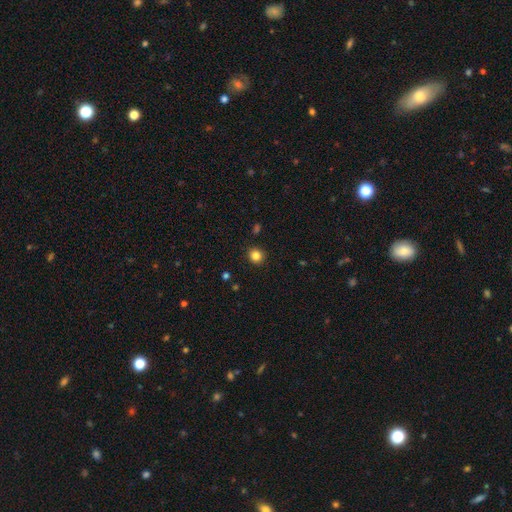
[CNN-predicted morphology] The model was most divided on "smooth or featured": smooth: 84%, star or artifact: 12%, featured or disk: 4%. More confident: merging — none (92%); how rounded — round (91%).